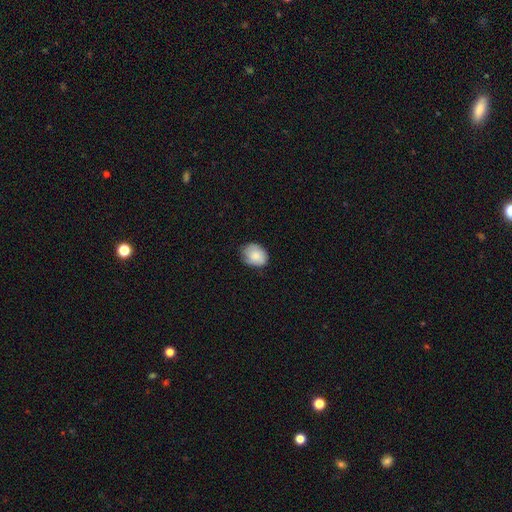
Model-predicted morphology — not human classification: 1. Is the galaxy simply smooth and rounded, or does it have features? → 82% smooth, 11% featured or disk, 7% star or artifact.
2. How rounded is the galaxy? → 54% in between, 45% round, 1% cigar-shaped.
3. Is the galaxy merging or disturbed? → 72% none, 23% minor disturbance, 4% major disturbance, 1% merger.